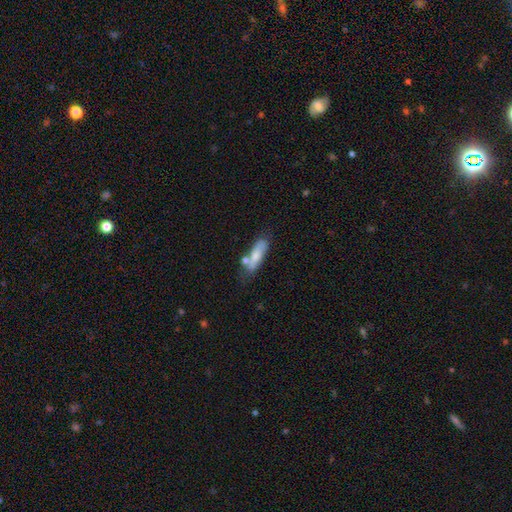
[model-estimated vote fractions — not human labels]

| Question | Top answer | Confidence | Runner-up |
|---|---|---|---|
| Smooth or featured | smooth | 68% | featured or disk (26%) |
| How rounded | in between | 53% | cigar-shaped (44%) |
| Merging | none | 51% | minor disturbance (22%) |